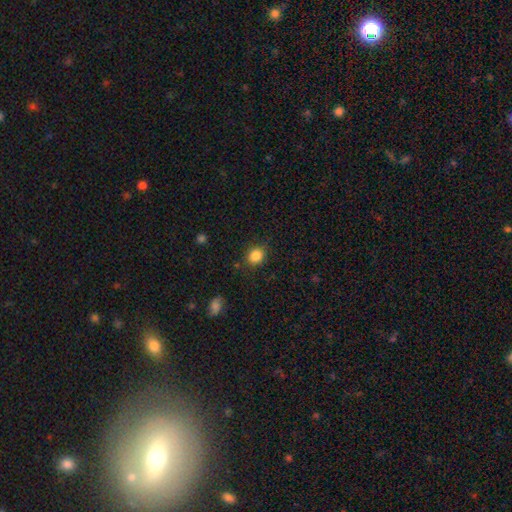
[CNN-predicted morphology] Q: Smooth or featured?
A: smooth (85%); runner-up: star or artifact (10%)
Q: How rounded?
A: round (66%); runner-up: in between (33%)
Q: Merging?
A: none (84%); runner-up: minor disturbance (11%)